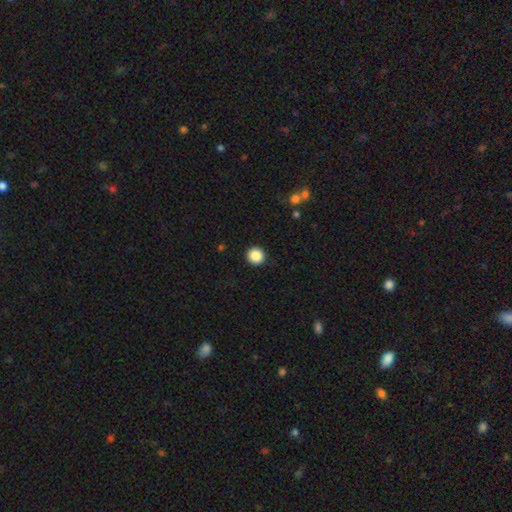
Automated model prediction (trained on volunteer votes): smooth-or-featured: smooth: 87% | star or artifact: 9% | featured or disk: 4%
  how-rounded: round: 96% | in between: 4% | cigar-shaped: 1%
  merging: none: 93% | minor disturbance: 4% | major disturbance: 2% | merger: 1%